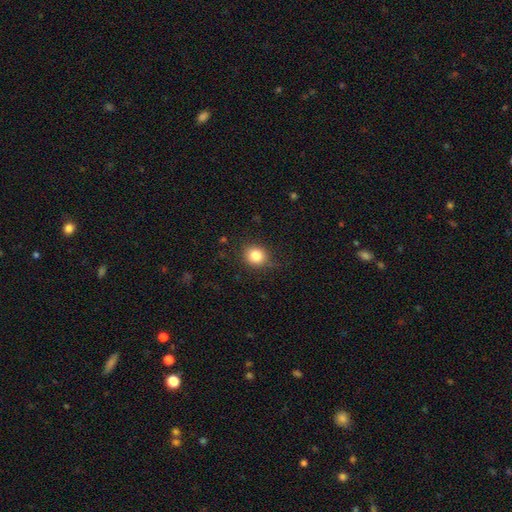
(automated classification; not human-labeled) A smooth galaxy with no disk features (82%) that is round (81%).

Vote fractions:
- Smooth or featured? smooth: 82% / star or artifact: 11% / featured or disk: 7%
- How rounded? round: 81% / in between: 19% / cigar-shaped: 1%
- Merging? none: 81% / minor disturbance: 15% / major disturbance: 4% / merger: 1%